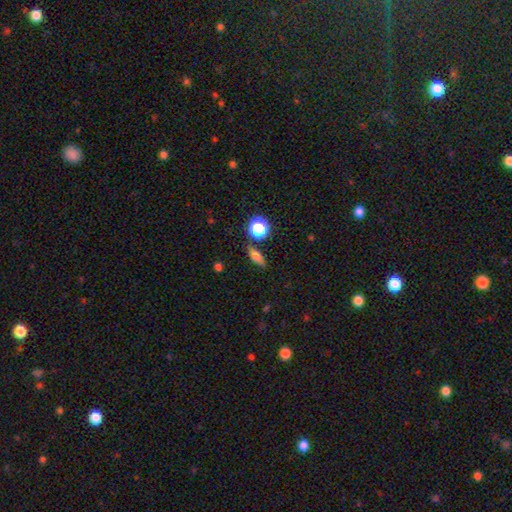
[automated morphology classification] Smooth or featured: smooth — 74% (star or artifact — 15%)
How rounded: in between — 60% (cigar-shaped — 25%)
Merging: none — 79% (minor disturbance — 13%)